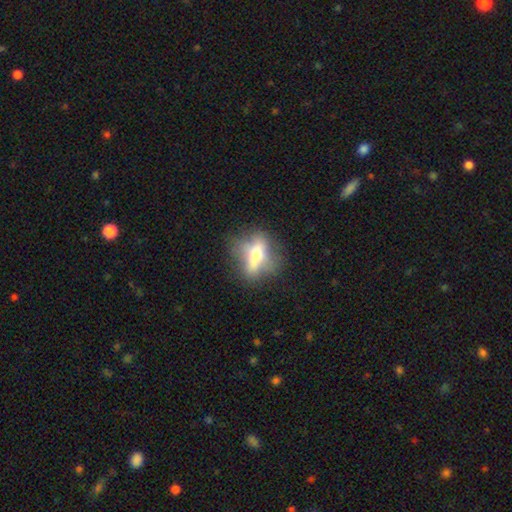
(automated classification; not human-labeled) Smooth or featured? featured or disk (53%)
Edge-on disk? yes (56%)
Merging? none (68%)